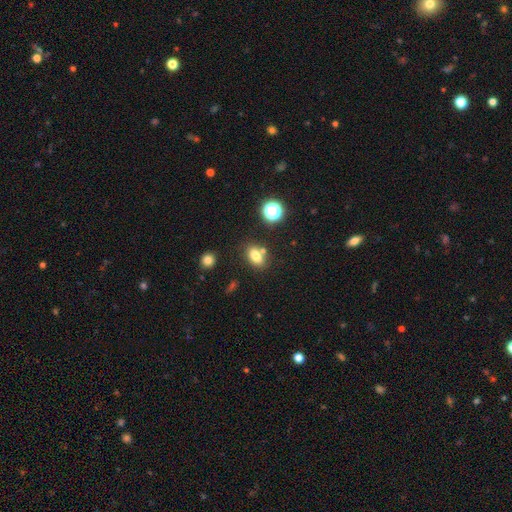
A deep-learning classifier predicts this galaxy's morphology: Overall: smooth (78%). How rounded: in between (80%). Merging: none (69%).